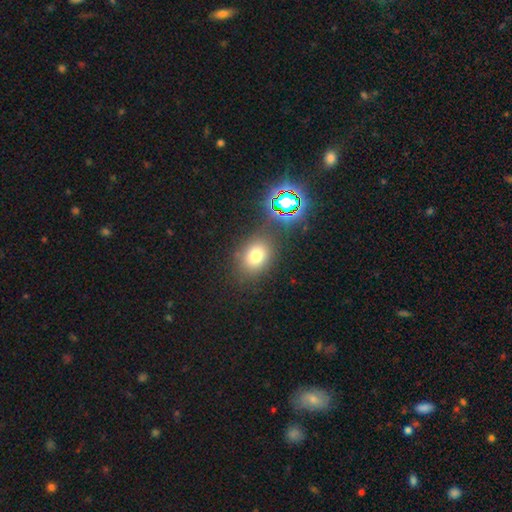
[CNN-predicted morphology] A smooth galaxy with no disk features (72%) that is in between round and cigar-shaped (51%).

Vote fractions:
- Smooth or featured? smooth: 72% / star or artifact: 19% / featured or disk: 10%
- How rounded? in between: 51% / round: 48% / cigar-shaped: 1%
- Merging? none: 77% / minor disturbance: 11% / merger: 6% / major disturbance: 5%